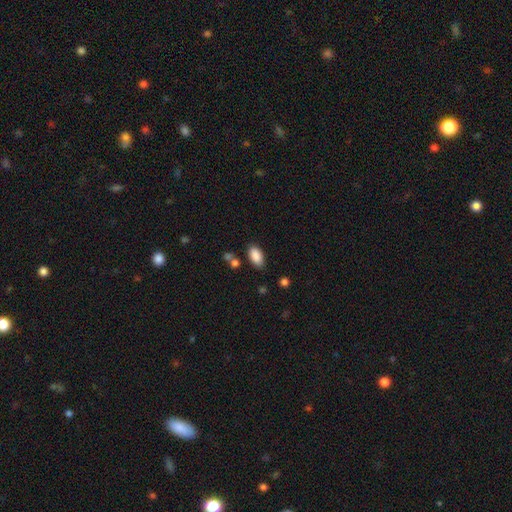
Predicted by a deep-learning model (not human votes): Smooth or featured?
  - smooth: 88% *
  - star or artifact: 7%
  - featured or disk: 4%
How rounded?
  - in between: 93% *
  - cigar-shaped: 3%
  - round: 3%
Merging?
  - none: 80% *
  - minor disturbance: 13%
  - merger: 5%
  - major disturbance: 3%